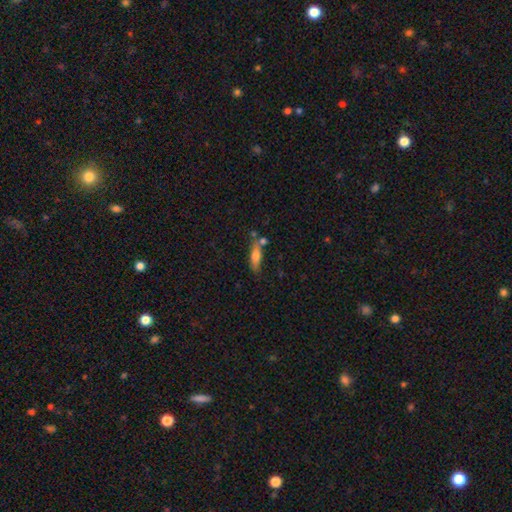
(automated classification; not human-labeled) Morphology: type=smooth (65%); roundness=cigar-shaped (49%); merging=none (58%).